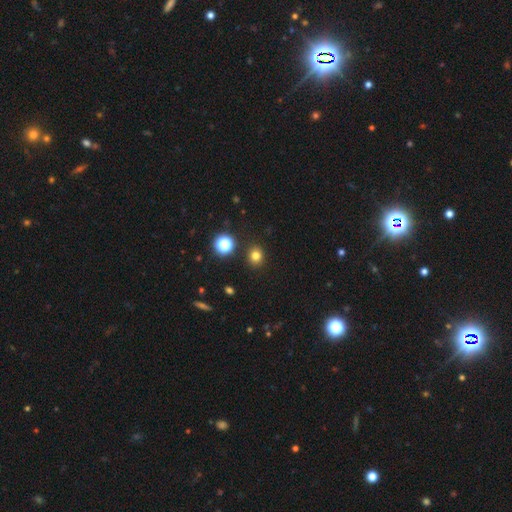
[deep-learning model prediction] Q: Smooth or featured?
A: smooth (78%); runner-up: star or artifact (17%)
Q: How rounded?
A: round (80%); runner-up: in between (19%)
Q: Merging?
A: none (89%); runner-up: minor disturbance (6%)